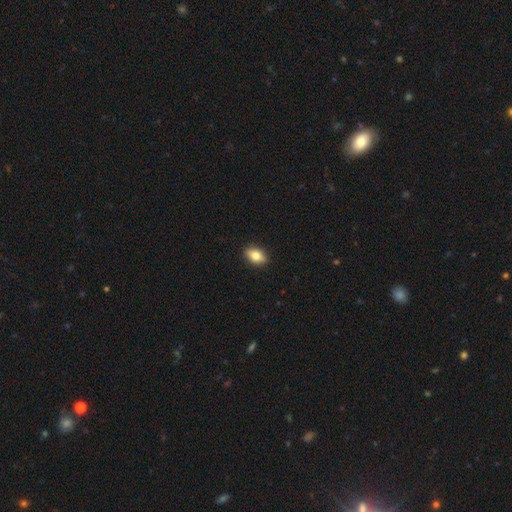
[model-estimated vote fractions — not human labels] Smooth or featured? Predicted: smooth (p=0.78). How rounded? Predicted: in between (p=0.83). Merging? Predicted: none (p=0.89).